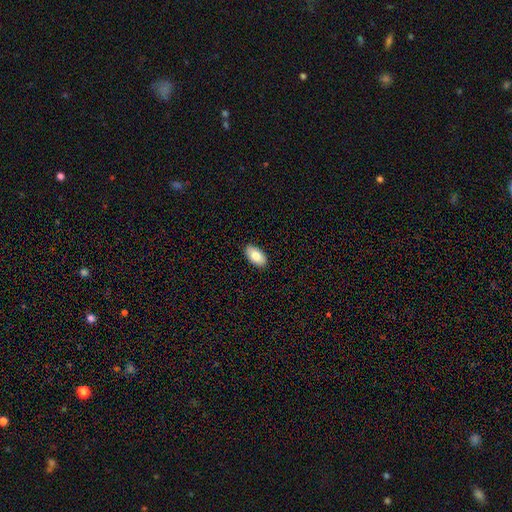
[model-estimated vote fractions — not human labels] A smooth galaxy with no disk features (81%) that is in between round and cigar-shaped (95%).

Vote fractions:
- Smooth or featured? smooth: 81% / featured or disk: 12% / star or artifact: 6%
- How rounded? in between: 95% / cigar-shaped: 3% / round: 3%
- Merging? none: 90% / minor disturbance: 7% / major disturbance: 2% / merger: 1%